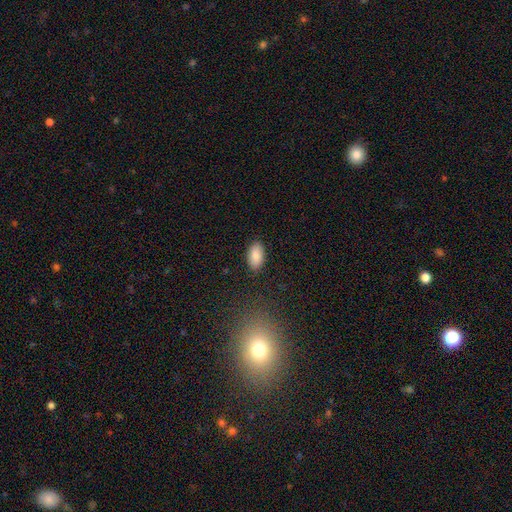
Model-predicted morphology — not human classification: Q: Smooth or featured?
A: smooth (86%); runner-up: star or artifact (7%)
Q: How rounded?
A: in between (94%); runner-up: round (4%)
Q: Merging?
A: none (87%); runner-up: minor disturbance (9%)